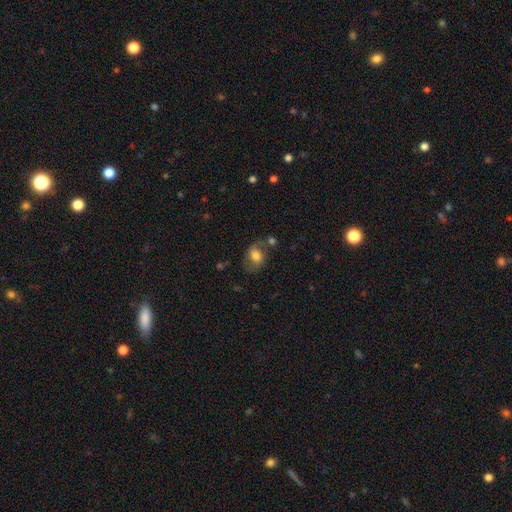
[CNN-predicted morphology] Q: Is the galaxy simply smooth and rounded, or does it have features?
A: smooth — 52%.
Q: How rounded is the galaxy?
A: in between — 63%.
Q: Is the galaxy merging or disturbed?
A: none — 55%.